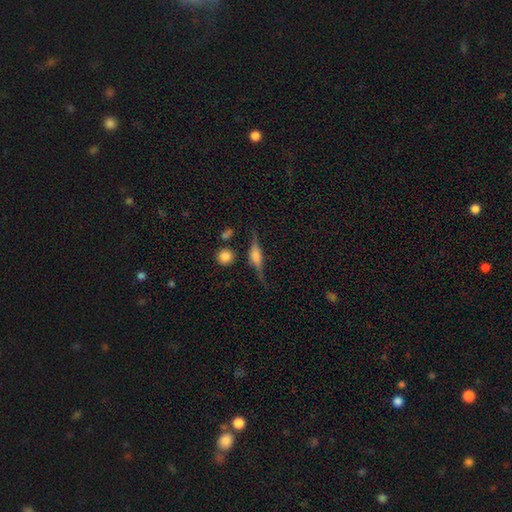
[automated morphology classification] Smooth or featured: featured or disk — 72% (smooth — 19%)
Edge-on disk: yes — 95% (no — 5%)
Edge-on bulge: rounded — 73% (boxy — 22%)
Merging: none — 75% (minor disturbance — 16%)